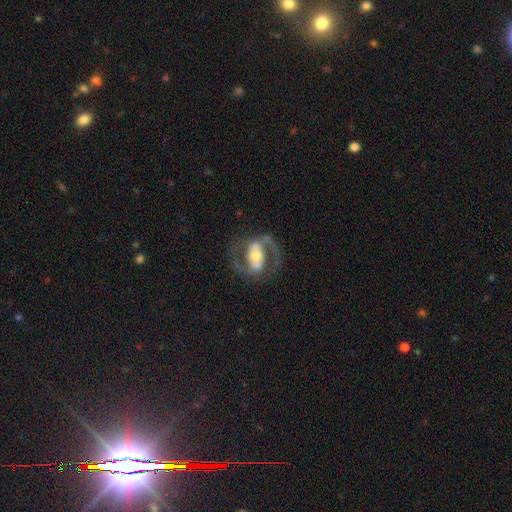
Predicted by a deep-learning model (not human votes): A featured or disk galaxy (84%) with a strong bar (46%), 2 (91%) medium (59%) spiral arms (90%) and a moderate central bulge (58%).

Vote fractions:
- Smooth or featured? featured or disk: 84% / smooth: 11% / star or artifact: 5%
- Edge-on disk? no: 96% / yes: 4%
- Bar? strong: 46% / weak: 31% / no: 23%
- Spiral arms? yes: 90% / no: 10%
- Spiral winding? medium: 59% / loose: 22% / tight: 19%
- Spiral arm count? 2: 91% / can't tell: 4% / 1: 2% / 3: 1% / 4: 1% / more than 4: 1%
- Bulge size? moderate: 58% / small: 24% / large: 15% / none: 2% / dominant: 2%
- Merging? none: 74% / minor disturbance: 13% / major disturbance: 11% / merger: 2%